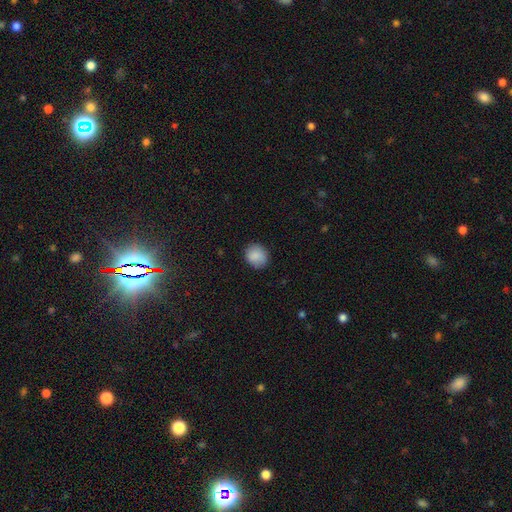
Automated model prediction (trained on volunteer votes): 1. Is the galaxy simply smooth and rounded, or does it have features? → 87% smooth, 8% star or artifact, 5% featured or disk.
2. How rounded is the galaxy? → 76% round, 23% in between, 1% cigar-shaped.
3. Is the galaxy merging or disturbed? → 86% none, 11% minor disturbance, 3% major disturbance, 1% merger.